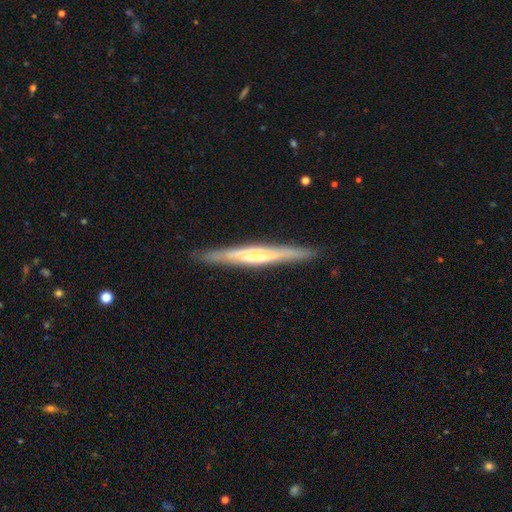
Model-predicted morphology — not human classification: This appears to be a featured or disk galaxy (64%) viewed edge-on (93%) with no central bulge (43%). Merging: none (88%).